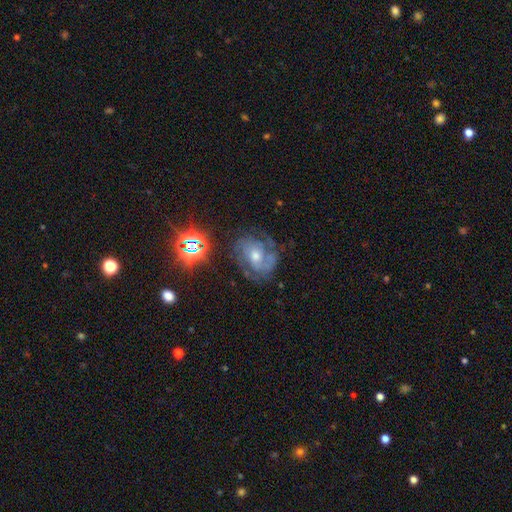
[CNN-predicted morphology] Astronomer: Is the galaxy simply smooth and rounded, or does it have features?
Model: featured or disk — 72%.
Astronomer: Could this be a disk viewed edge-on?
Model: no — 97%.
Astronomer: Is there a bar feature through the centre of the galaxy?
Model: no — 64%.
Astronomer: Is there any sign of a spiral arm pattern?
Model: yes — 90%.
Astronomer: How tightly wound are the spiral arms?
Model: tight — 50% (runner-up: medium, 39%).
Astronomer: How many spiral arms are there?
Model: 2 — 38% (runner-up: can't tell, 31%).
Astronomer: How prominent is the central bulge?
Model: moderate — 60%.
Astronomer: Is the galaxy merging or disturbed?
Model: none — 66%.